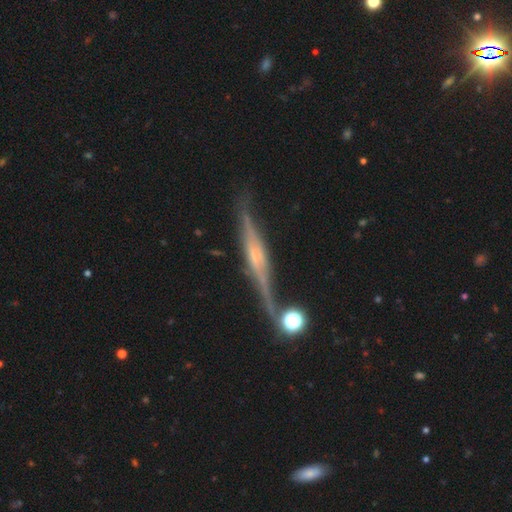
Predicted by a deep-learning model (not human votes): Overall: featured or disk (80%). Edge-on disk: yes (95%). Edge-on bulge: rounded (49%; boxy 30%). Merging: none (73%).